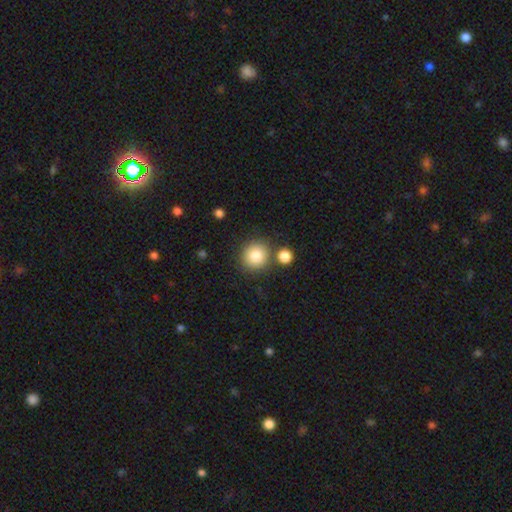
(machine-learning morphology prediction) A smooth galaxy with no disk features (83%) that is round (92%).

Vote fractions:
- Smooth or featured? smooth: 83% / star or artifact: 10% / featured or disk: 8%
- How rounded? round: 92% / in between: 7% / cigar-shaped: 1%
- Merging? none: 77% / merger: 12% / minor disturbance: 8% / major disturbance: 3%